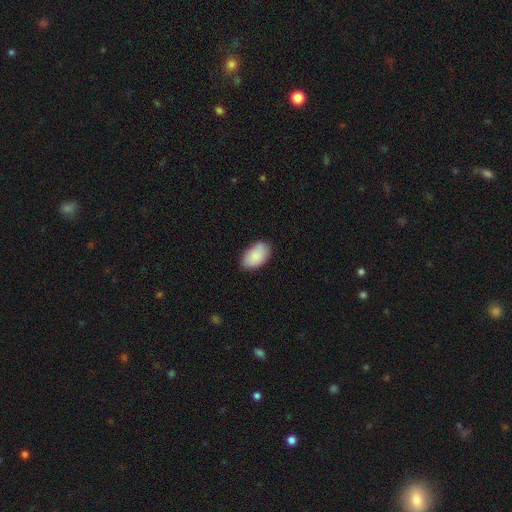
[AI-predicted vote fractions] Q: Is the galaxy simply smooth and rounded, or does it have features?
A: smooth — 87%.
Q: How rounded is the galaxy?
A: in between — 94%.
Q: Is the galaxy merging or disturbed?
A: none — 82%.